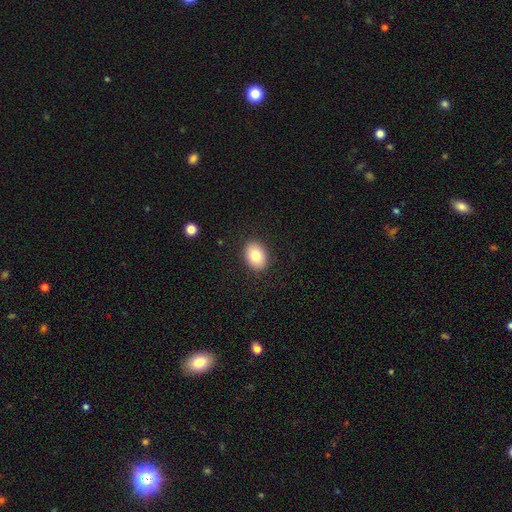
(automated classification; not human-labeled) Morphology: type=smooth (82%); roundness=in between (75%); merging=none (89%).